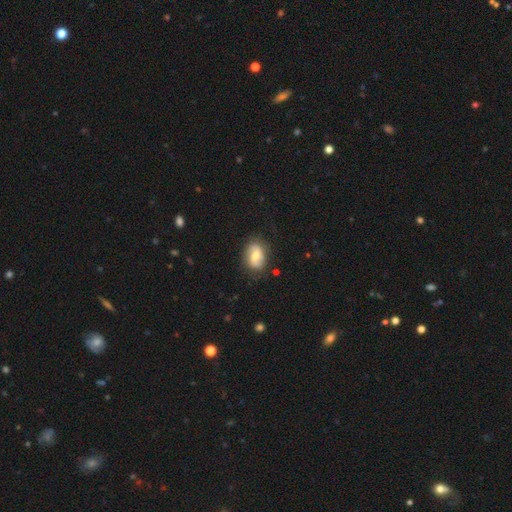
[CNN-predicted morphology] Smooth or featured? featured or disk (46%, tied with smooth)
Merging? none (78%)